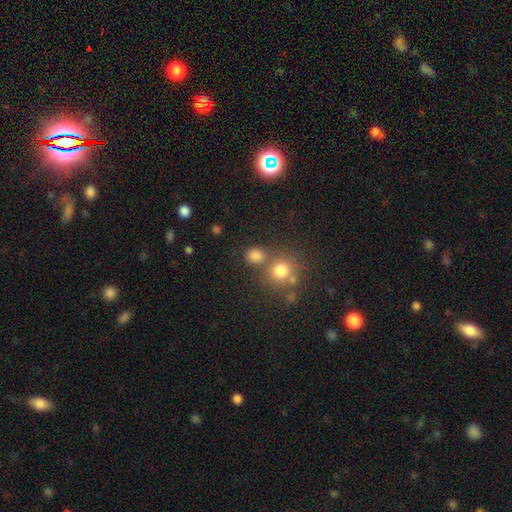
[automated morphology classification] A smooth galaxy with no disk features (80%) that is round (74%). Merging: none (64%).